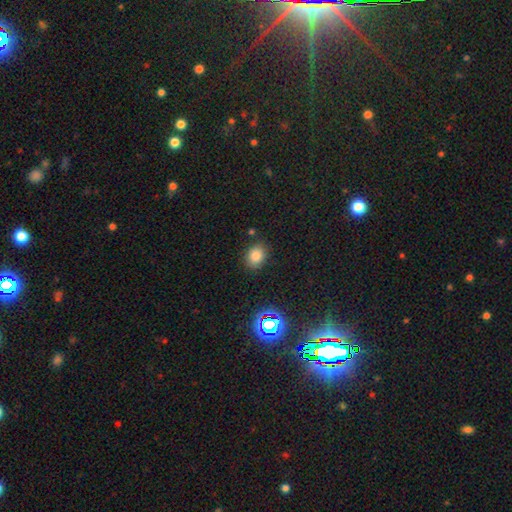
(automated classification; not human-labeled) Morphology: type=smooth (79%); roundness=in between (56%); merging=none (83%).